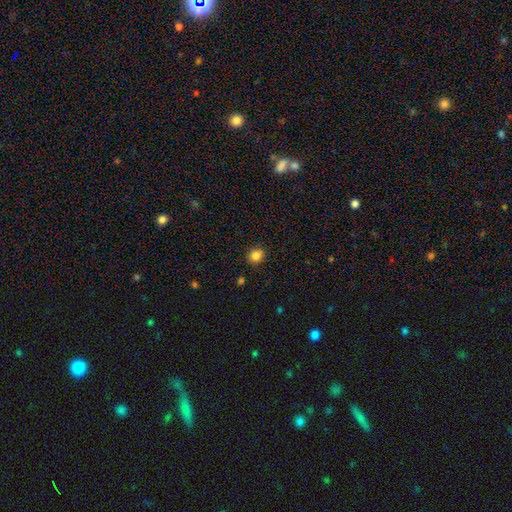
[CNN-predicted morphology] smooth 82%, star or artifact 12%, featured or disk 5%. Down the decision tree: how rounded — round (83%); merging — none (82%).